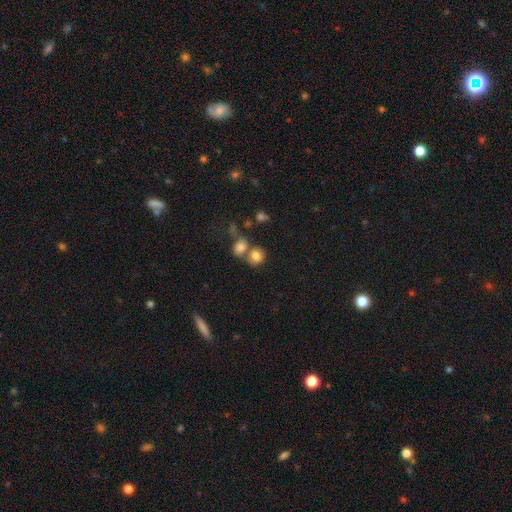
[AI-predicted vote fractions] Smooth or featured: smooth — 79% (star or artifact — 11%)
How rounded: round — 74% (in between — 24%)
Merging: merger — 48% (none — 37%)